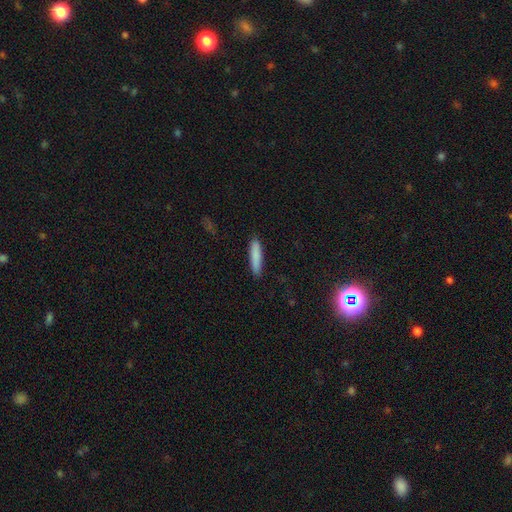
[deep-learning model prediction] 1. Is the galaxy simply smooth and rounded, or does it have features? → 86% smooth, 9% featured or disk, 6% star or artifact.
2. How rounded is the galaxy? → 86% cigar-shaped, 13% in between, 1% round.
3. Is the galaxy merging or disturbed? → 89% none, 8% minor disturbance, 2% major disturbance, 1% merger.